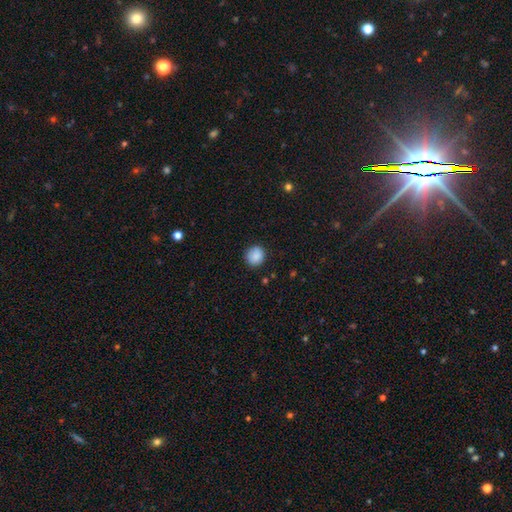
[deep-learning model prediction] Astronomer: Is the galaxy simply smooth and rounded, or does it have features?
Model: smooth — 88%.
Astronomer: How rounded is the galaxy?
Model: round — 90%.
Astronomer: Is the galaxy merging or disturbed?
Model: none — 89%.